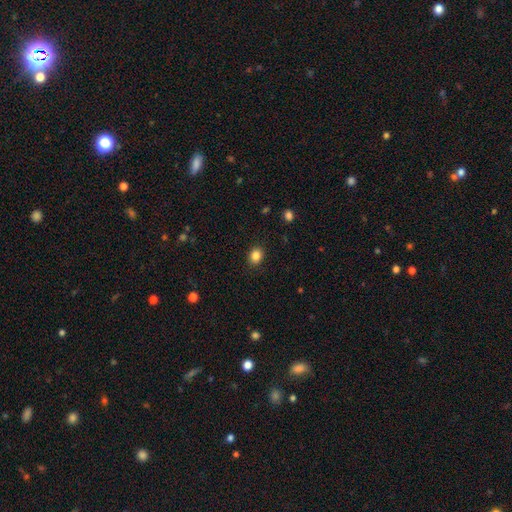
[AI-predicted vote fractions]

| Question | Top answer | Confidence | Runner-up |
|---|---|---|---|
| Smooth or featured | smooth | 85% | star or artifact (10%) |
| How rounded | round | 55% | in between (44%) |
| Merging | none | 89% | minor disturbance (8%) |